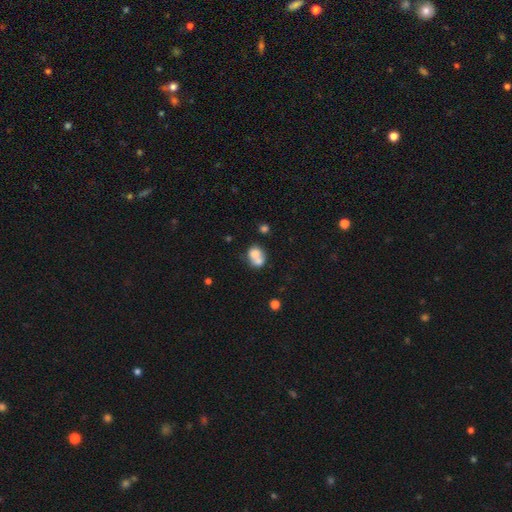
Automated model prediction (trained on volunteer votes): This appears to be a smooth galaxy with no disk features (70%) that is round (56%). Merging: merger (63%).